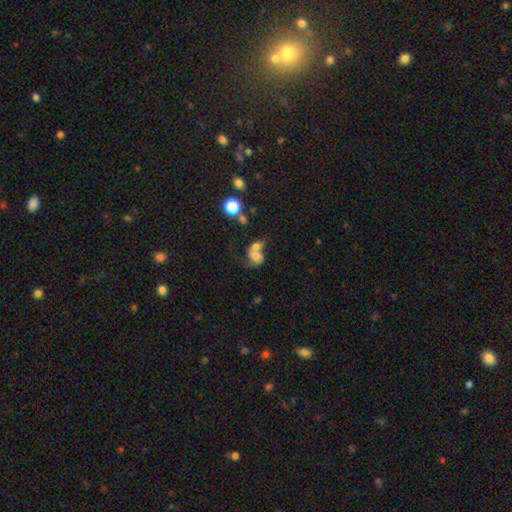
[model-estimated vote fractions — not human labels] Smooth or featured? smooth (56%)
How rounded? in between (51%)
Merging? merger (66%)